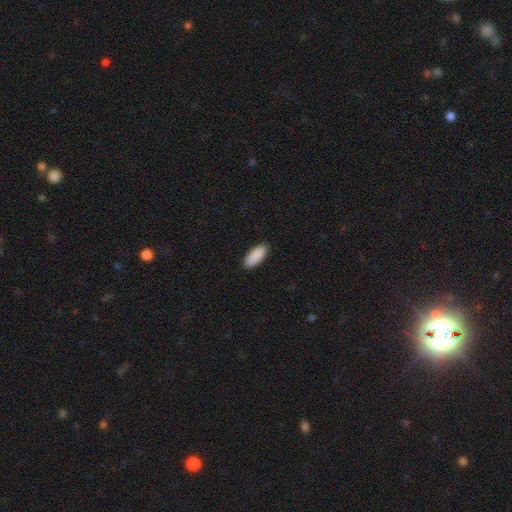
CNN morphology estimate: A smooth galaxy with no disk features (91%) that is in between round and cigar-shaped (81%). Merging: none (90%).